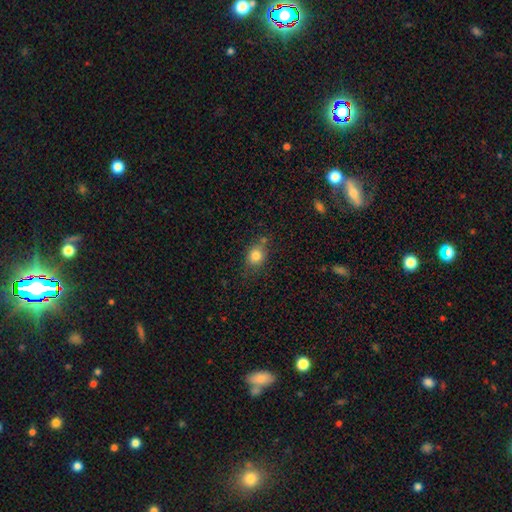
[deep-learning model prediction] Overall: smooth (82%). How rounded: round (62%; in between 37%). Merging: none (68%).